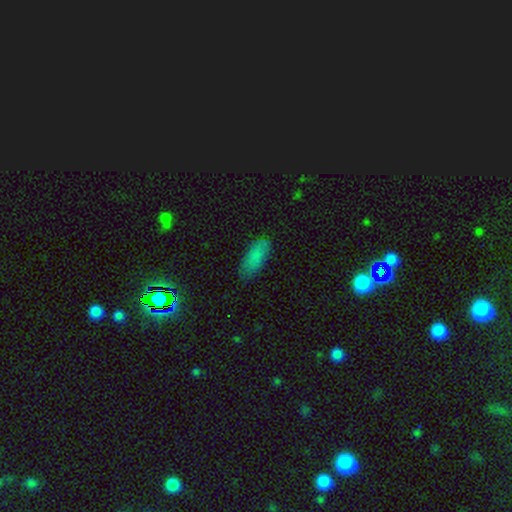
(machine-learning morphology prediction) The model was most divided on "how rounded": in between: 77%, cigar-shaped: 21%, round: 2%. More confident: smooth or featured — smooth (80%); merging — none (78%).